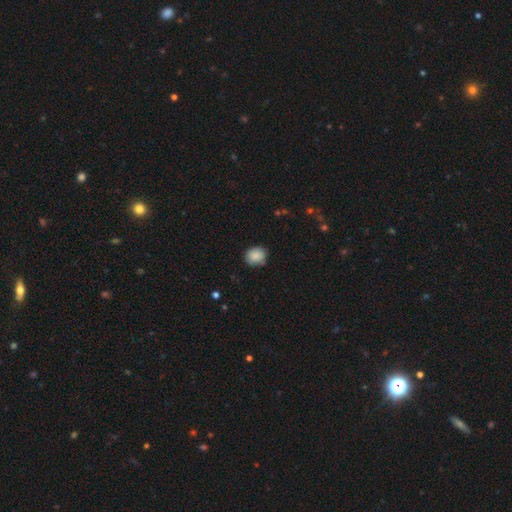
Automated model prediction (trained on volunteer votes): Smooth or featured? Predicted: smooth (p=0.87). How rounded? Predicted: round (p=0.68). Merging? Predicted: none (p=0.78).